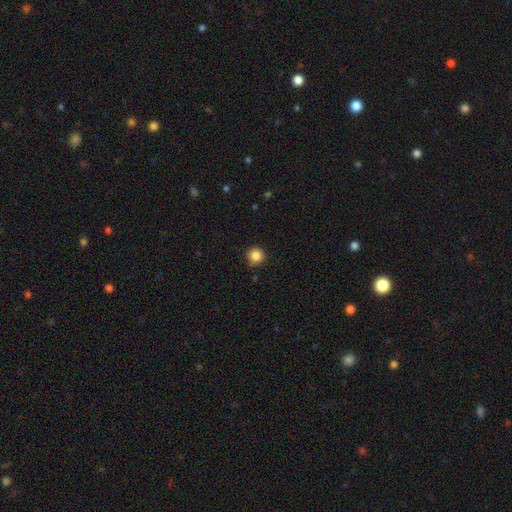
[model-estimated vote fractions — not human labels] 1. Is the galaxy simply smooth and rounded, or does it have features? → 86% smooth, 11% star or artifact, 3% featured or disk.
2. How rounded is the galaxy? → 95% round, 4% in between, 1% cigar-shaped.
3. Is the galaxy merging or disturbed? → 89% none, 8% minor disturbance, 2% major disturbance, 1% merger.